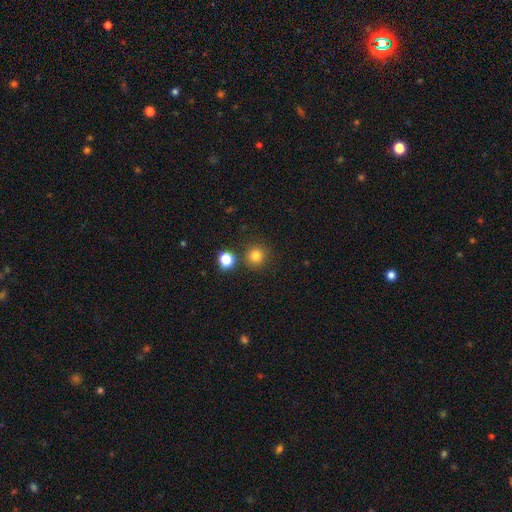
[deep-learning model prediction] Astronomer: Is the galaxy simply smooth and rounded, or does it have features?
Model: smooth — 80%.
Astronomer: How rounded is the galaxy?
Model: round — 94%.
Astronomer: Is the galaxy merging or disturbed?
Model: none — 84%.